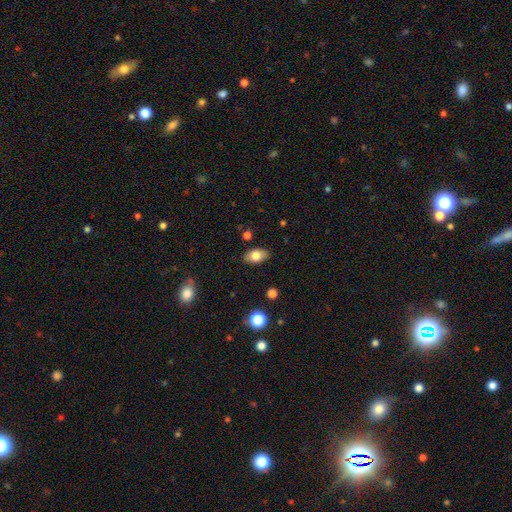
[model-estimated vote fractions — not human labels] smooth 78%, featured or disk 14%, star or artifact 8%. Down the decision tree: how rounded — in between (91%); merging — none (85%).